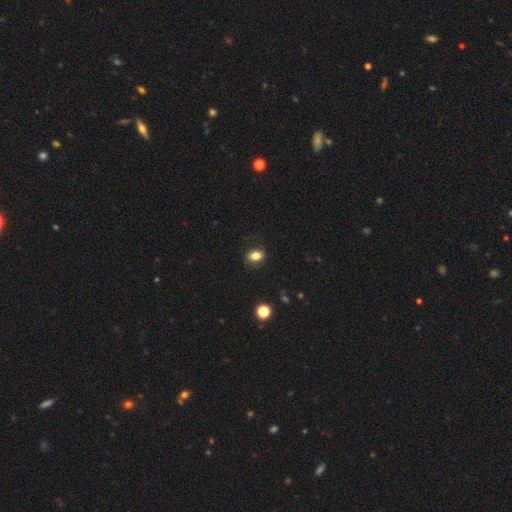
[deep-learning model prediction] Smooth or featured: smooth — 80% (star or artifact — 10%)
How rounded: in between — 75% (round — 23%)
Merging: none — 81% (minor disturbance — 14%)